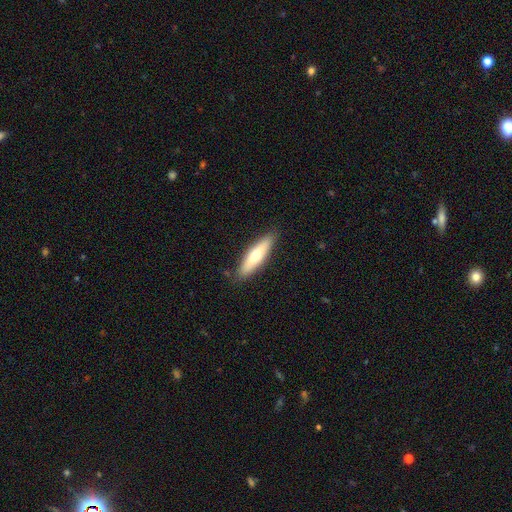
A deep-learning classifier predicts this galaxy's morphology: Overall: smooth (62%; featured or disk 32%). How rounded: cigar-shaped (70%). Merging: none (87%).